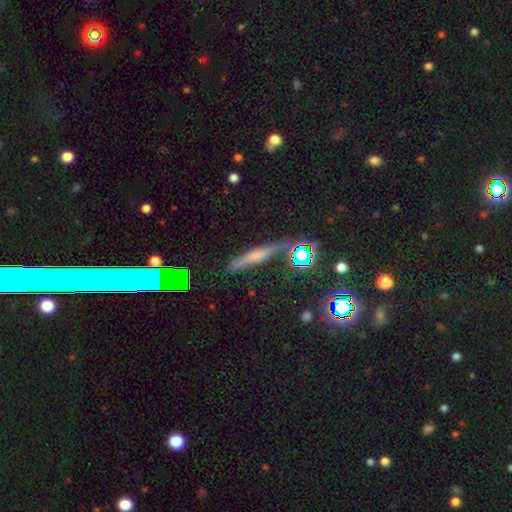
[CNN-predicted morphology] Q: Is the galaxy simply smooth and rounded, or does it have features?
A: featured or disk — 41%.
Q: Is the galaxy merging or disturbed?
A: none — 69%.